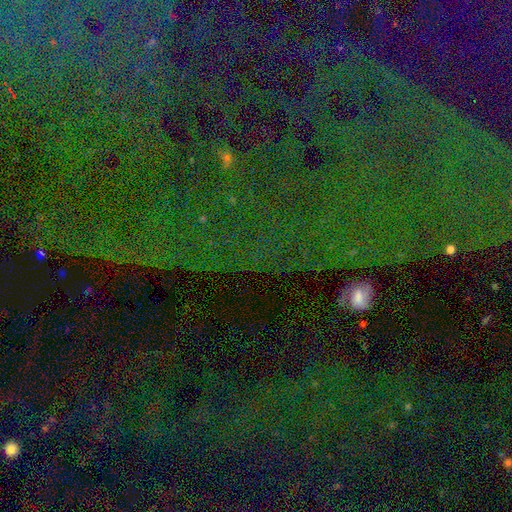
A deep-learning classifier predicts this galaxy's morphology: Smooth or featured? Predicted: star or artifact (p=0.82).